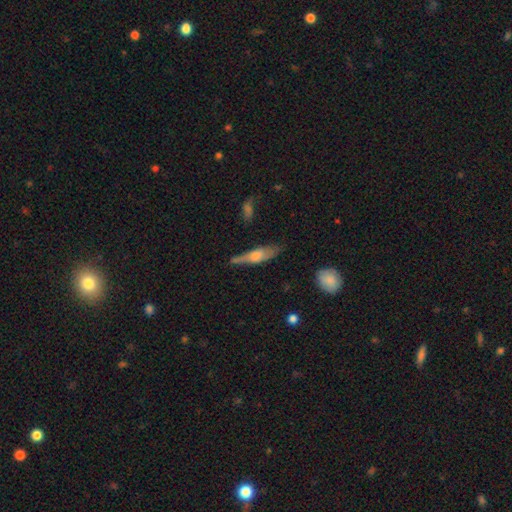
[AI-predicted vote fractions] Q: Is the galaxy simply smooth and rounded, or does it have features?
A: featured or disk — 47%.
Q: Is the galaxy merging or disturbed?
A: none — 66%.